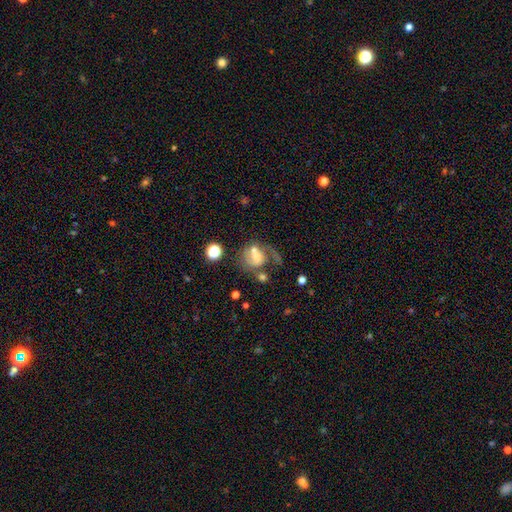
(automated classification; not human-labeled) featured or disk 57%, smooth 31%, star or artifact 13%. Down the decision tree: edge-on disk — no (97%); bar — no (54%); spiral arms — yes (73%); bulge size — small (33%); merging — major disturbance (31%).